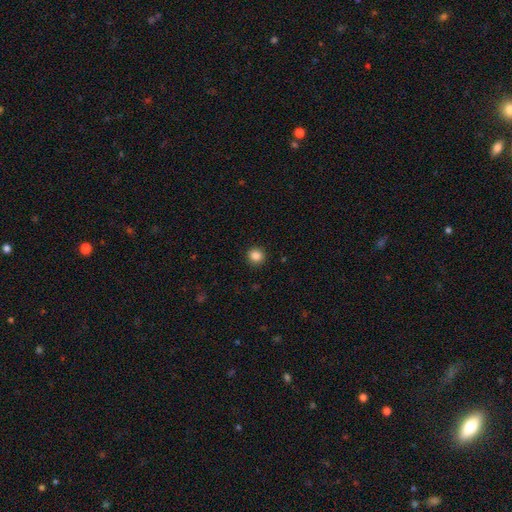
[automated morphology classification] This is clearly a smooth galaxy (86%). How rounded: clearly round (93%). Merging: clearly none (92%).